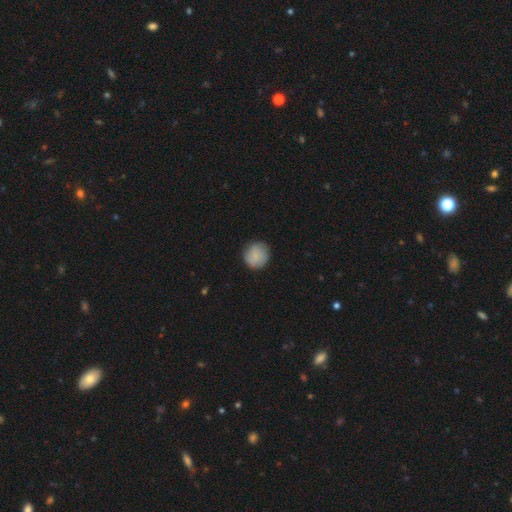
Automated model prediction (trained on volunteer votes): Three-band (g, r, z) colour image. It shows a smooth galaxy with no disk features (85%) that is round (90%). Merging: none (84%).